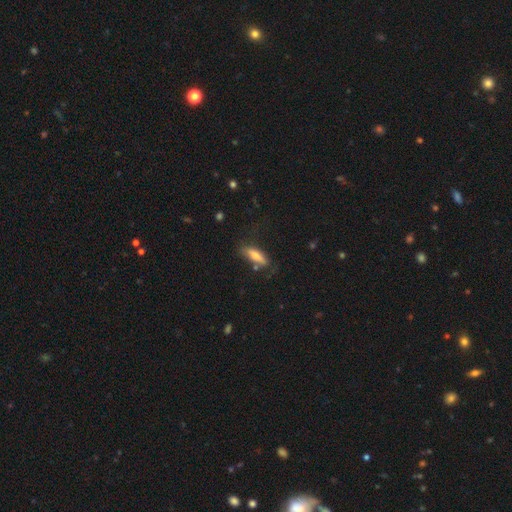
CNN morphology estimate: smooth-or-featured: smooth: 70% | featured or disk: 23% | star or artifact: 7%
  how-rounded: cigar-shaped: 56% | in between: 42% | round: 2%
  merging: none: 65% | minor disturbance: 22% | major disturbance: 8% | merger: 5%